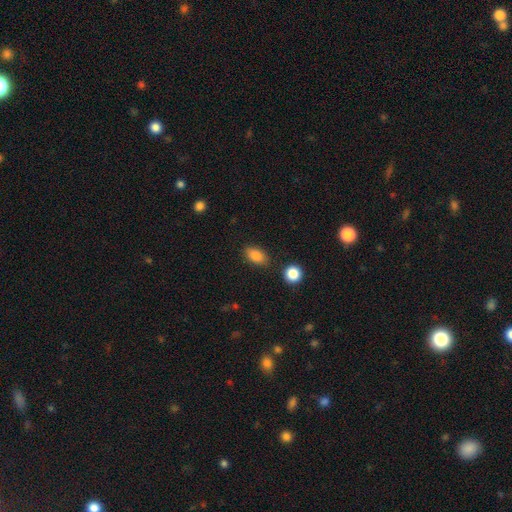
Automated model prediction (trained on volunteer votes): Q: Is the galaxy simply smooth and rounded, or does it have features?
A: smooth — 86%.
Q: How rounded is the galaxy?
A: in between — 87%.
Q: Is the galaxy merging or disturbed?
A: none — 84%.